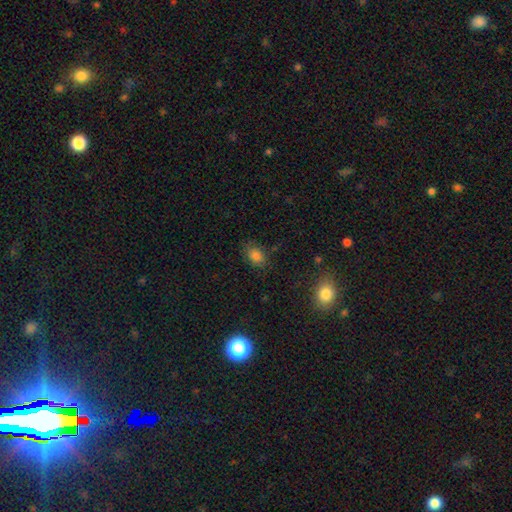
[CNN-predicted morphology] This is clearly a smooth galaxy (80%). How rounded: likely in between (70%). Merging: likely none (77%).